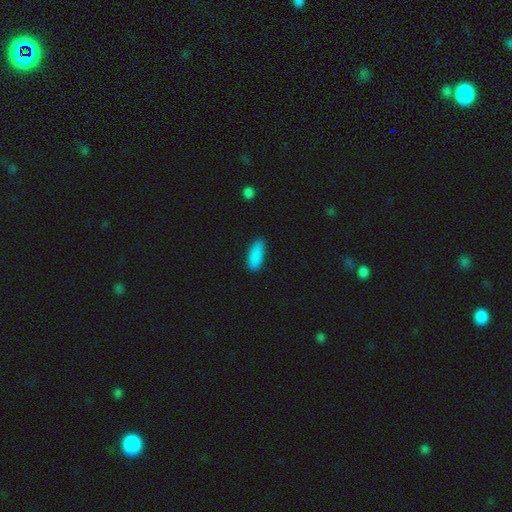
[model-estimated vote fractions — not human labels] Q: Smooth or featured?
A: smooth (89%); runner-up: star or artifact (7%)
Q: How rounded?
A: in between (64%); runner-up: cigar-shaped (34%)
Q: Merging?
A: none (83%); runner-up: minor disturbance (14%)